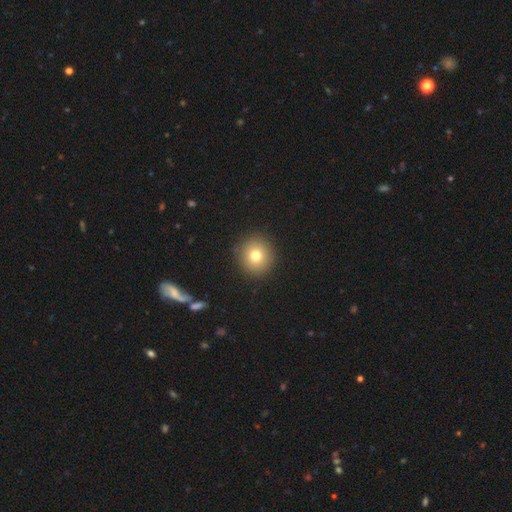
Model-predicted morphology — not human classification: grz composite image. It shows a smooth galaxy with no disk features (76%) that is round (92%). Merging: none (90%).